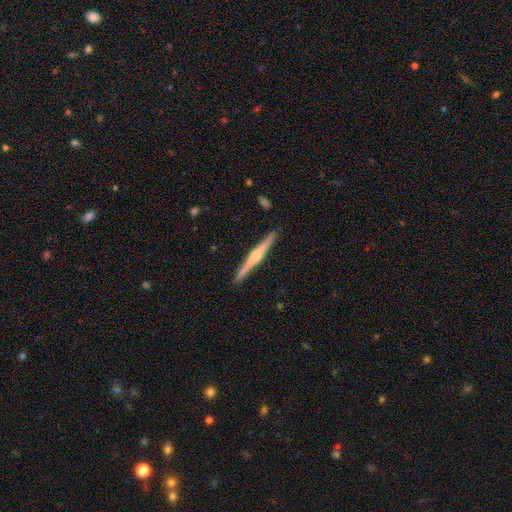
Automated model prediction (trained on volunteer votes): This is likely a featured or disk galaxy (71%). It is clearly viewed edge-on (98%). Edge-on bulge: likely rounded (77%). Merging: clearly none (91%).